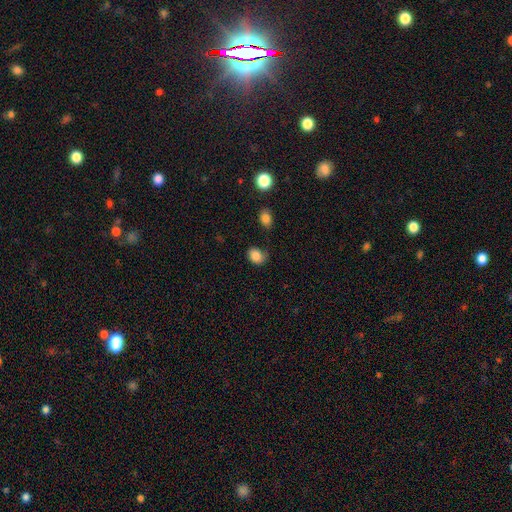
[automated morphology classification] Smooth or featured? Predicted: smooth (p=0.85). How rounded? Predicted: in between (p=0.57). Merging? Predicted: none (p=0.63).